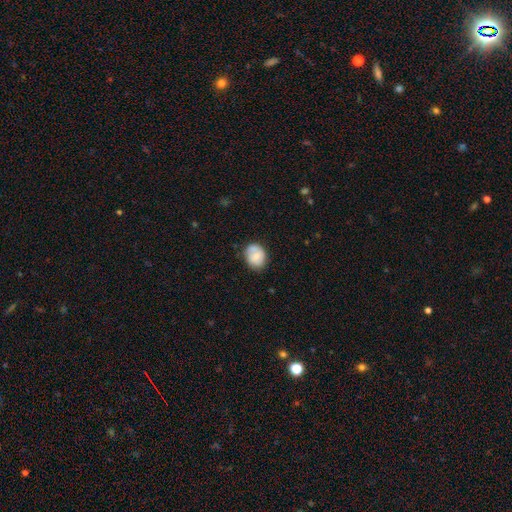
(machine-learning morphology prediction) Smooth or featured?
  - smooth: 65% *
  - featured or disk: 27%
  - star or artifact: 8%
How rounded?
  - in between: 50% *
  - round: 49%
  - cigar-shaped: 1%
Merging?
  - none: 67% *
  - minor disturbance: 23%
  - major disturbance: 6%
  - merger: 5%